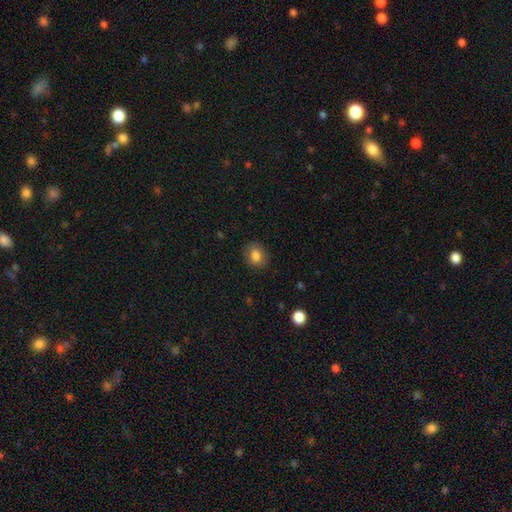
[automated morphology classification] Smooth or featured: smooth — 82% (featured or disk — 9%)
How rounded: round — 53% (in between — 46%)
Merging: none — 84% (minor disturbance — 12%)